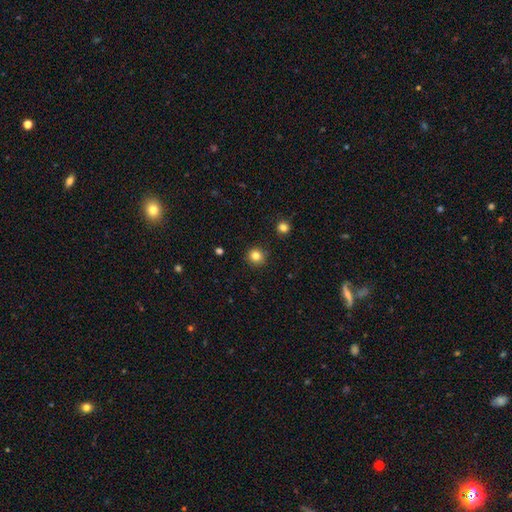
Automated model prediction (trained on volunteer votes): Smooth or featured?
  - smooth: 83% *
  - star or artifact: 12%
  - featured or disk: 5%
How rounded?
  - round: 93% *
  - in between: 6%
  - cigar-shaped: 1%
Merging?
  - none: 91% *
  - minor disturbance: 6%
  - major disturbance: 2%
  - merger: 2%